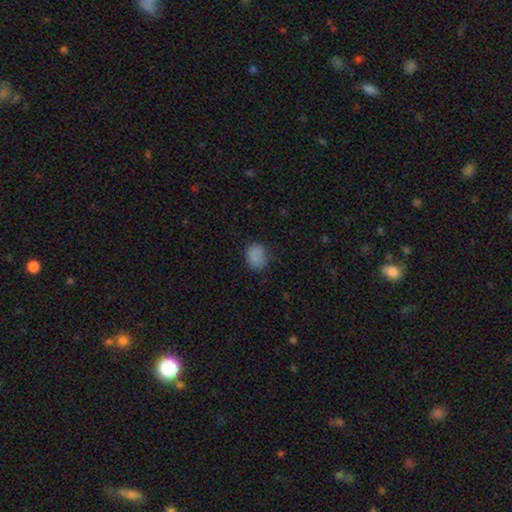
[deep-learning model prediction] smooth_or_featured: smooth (p=0.83) [alt: star or artifact p=0.12]
how_rounded: round (p=0.55) [alt: in between p=0.44]
merging: none (p=0.76) [alt: minor disturbance p=0.18]